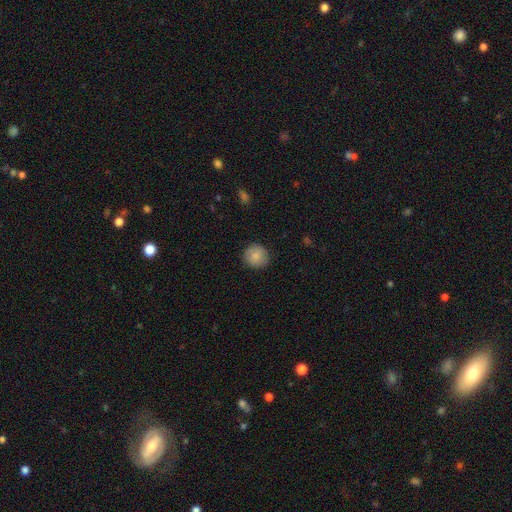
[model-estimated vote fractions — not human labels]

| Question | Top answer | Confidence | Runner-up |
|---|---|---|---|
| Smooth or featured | smooth | 84% | featured or disk (9%) |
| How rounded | round | 92% | in between (7%) |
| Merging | none | 87% | minor disturbance (10%) |